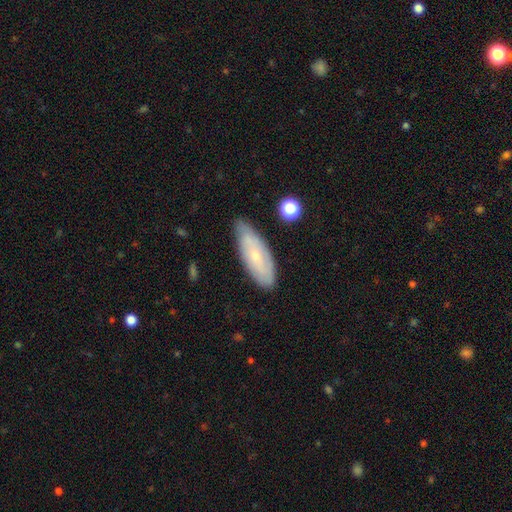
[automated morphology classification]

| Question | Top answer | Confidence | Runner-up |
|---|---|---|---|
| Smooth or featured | smooth | 51% | featured or disk (42%) |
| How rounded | in between | 68% | cigar-shaped (29%) |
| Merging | none | 72% | minor disturbance (23%) |